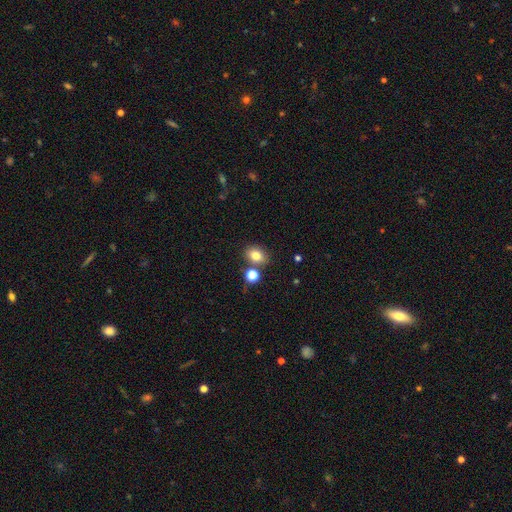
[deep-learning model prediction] Smooth or featured? Predicted: smooth (p=0.79). How rounded? Predicted: in between (p=0.53). Merging? Predicted: none (p=0.74).